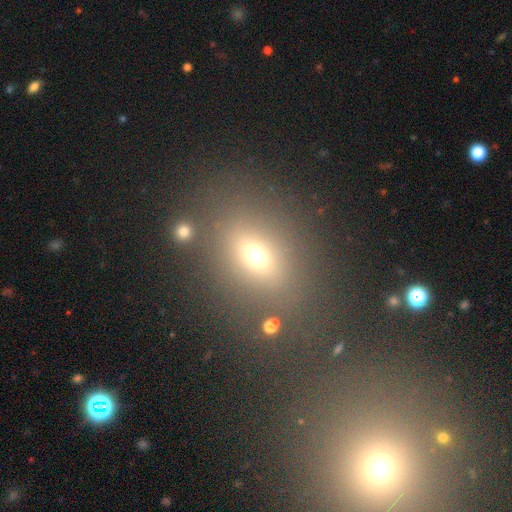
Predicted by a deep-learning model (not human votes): Overall: smooth (62%). How rounded: in between (62%; round 33%). Merging: none (74%).